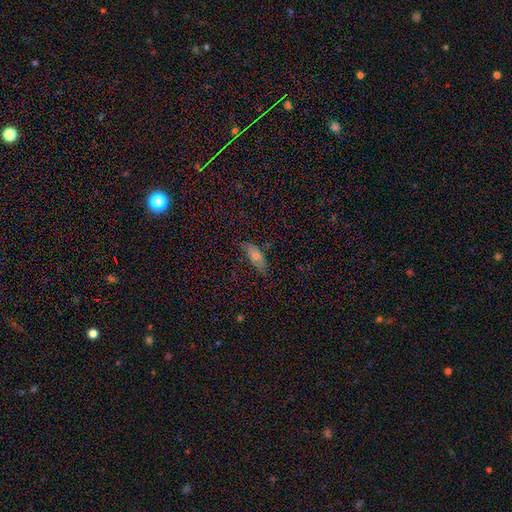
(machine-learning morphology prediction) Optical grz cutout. It shows a smooth galaxy with no disk features (62%) that is in between round and cigar-shaped (70%). Merging: none (72%).